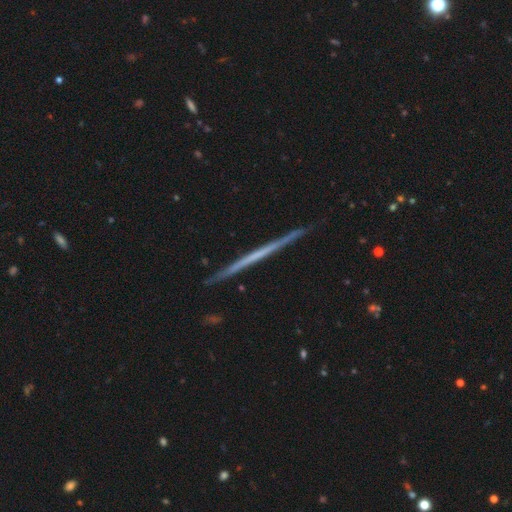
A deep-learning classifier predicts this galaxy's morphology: smooth_or_featured: featured or disk (p=0.66) [alt: smooth p=0.28]
disk_edge_on: yes (p=0.98) [alt: no p=0.02]
edge_on_bulge: none (p=0.92) [alt: rounded p=0.05]
merging: none (p=0.91) [alt: minor disturbance p=0.06]